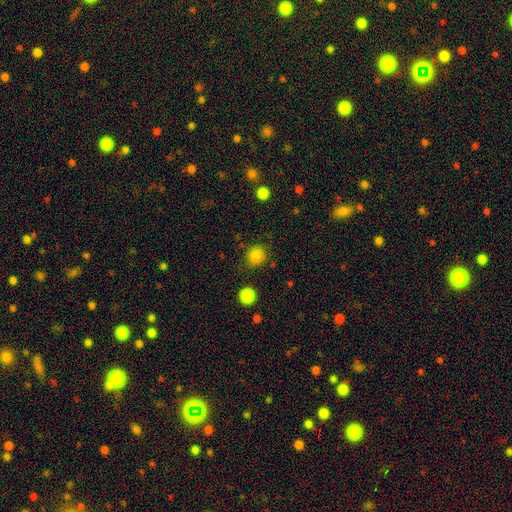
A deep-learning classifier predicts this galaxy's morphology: The model was most divided on "how rounded": round: 68%, in between: 31%, cigar-shaped: 1%. More confident: smooth or featured — smooth (81%); merging — none (75%).